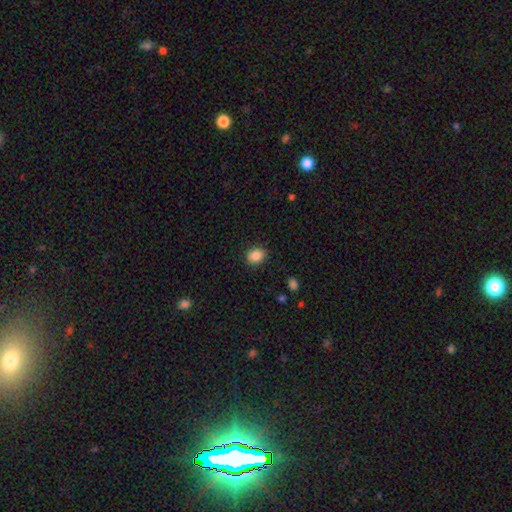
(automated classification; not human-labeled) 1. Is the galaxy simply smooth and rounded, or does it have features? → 86% smooth, 9% star or artifact, 4% featured or disk.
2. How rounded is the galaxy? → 64% round, 35% in between, 1% cigar-shaped.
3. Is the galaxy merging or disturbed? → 88% none, 9% minor disturbance, 2% major disturbance, 1% merger.